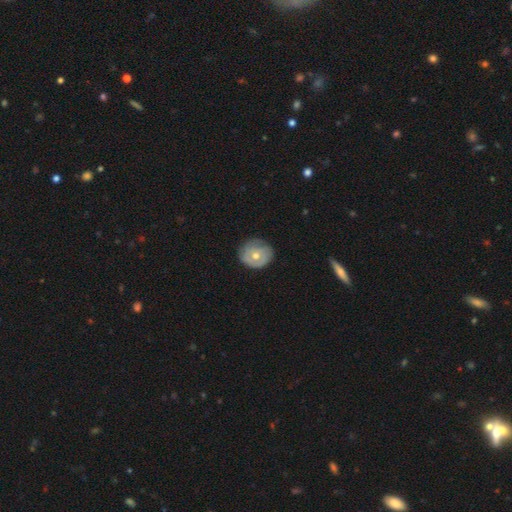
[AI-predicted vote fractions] The model was most divided on "smooth or featured": featured or disk: 52%, smooth: 39%, star or artifact: 8%. More confident: edge-on disk — no (94%); merging — none (70%).